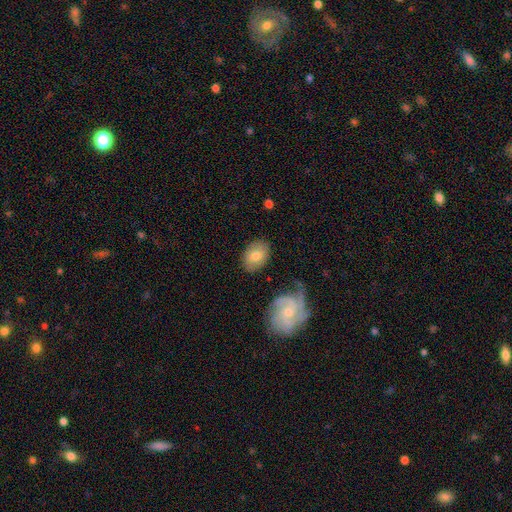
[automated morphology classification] This is likely a smooth galaxy (72%). How rounded: likely in between (75%). Merging: likely none (80%).